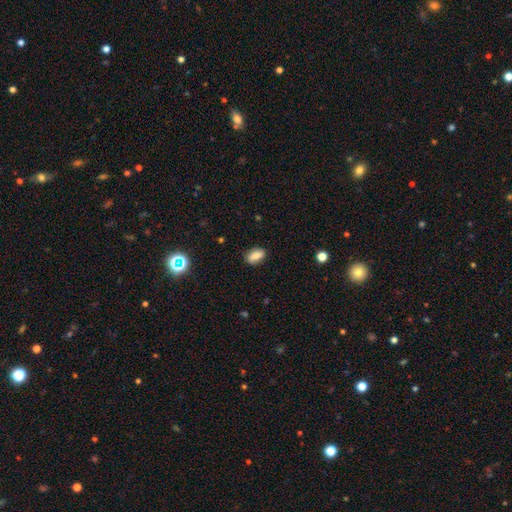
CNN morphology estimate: type=smooth (75%); roundness=in between (87%); merging=none (78%).